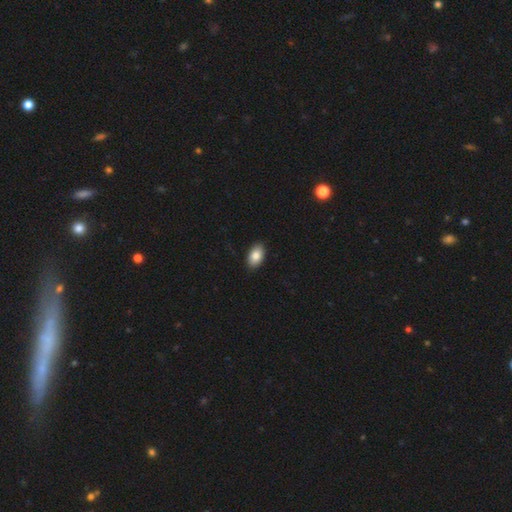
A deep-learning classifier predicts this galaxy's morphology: Smooth or featured?
  - smooth: 84% *
  - featured or disk: 9%
  - star or artifact: 7%
How rounded?
  - in between: 92% *
  - round: 6%
  - cigar-shaped: 1%
Merging?
  - none: 90% *
  - minor disturbance: 7%
  - major disturbance: 2%
  - merger: 1%